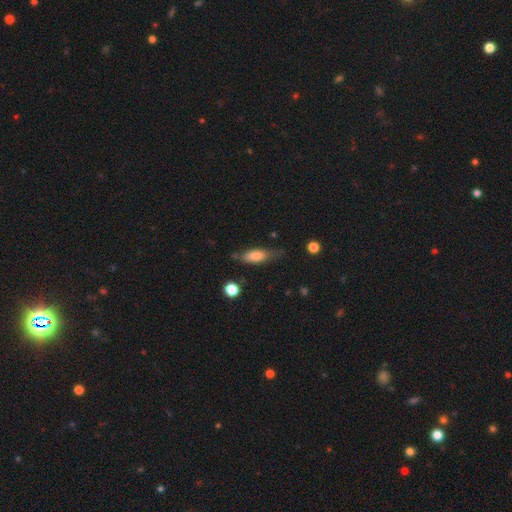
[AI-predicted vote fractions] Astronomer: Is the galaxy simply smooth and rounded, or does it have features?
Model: smooth — 71%.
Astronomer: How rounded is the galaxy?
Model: in between — 58% (runner-up: cigar-shaped, 39%).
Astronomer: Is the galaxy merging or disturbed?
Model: none — 64%.